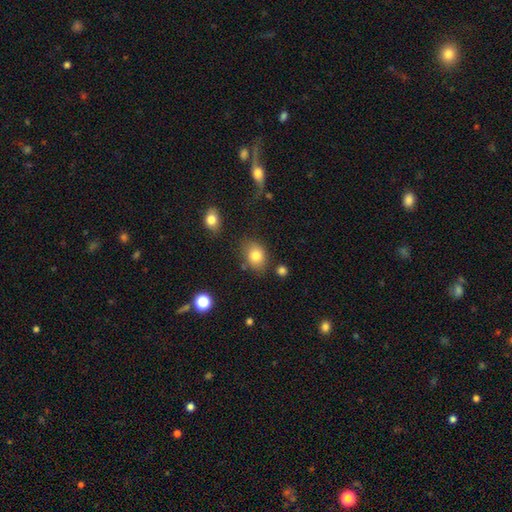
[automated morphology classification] Smooth or featured? Predicted: smooth (p=0.81). How rounded? Predicted: in between (p=0.61). Merging? Predicted: none (p=0.76).